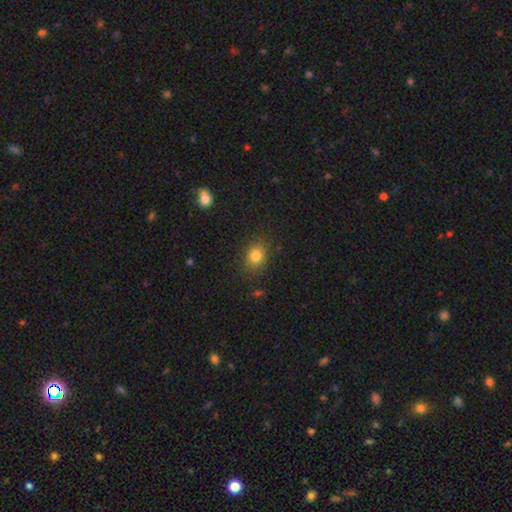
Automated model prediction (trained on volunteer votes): Smooth or featured? Predicted: smooth (p=0.81). How rounded? Predicted: round (p=0.51). Merging? Predicted: none (p=0.84).